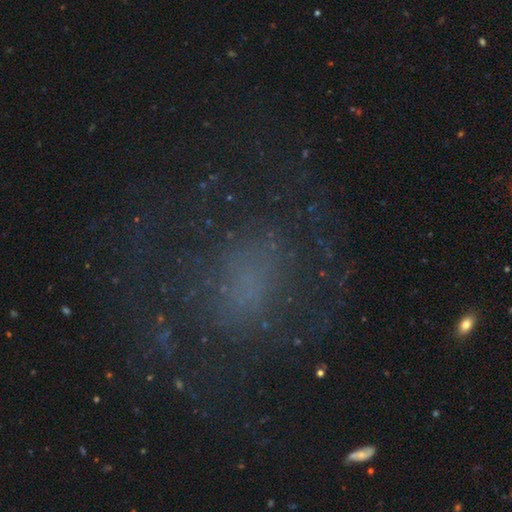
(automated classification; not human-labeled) This appears to be a featured or disk galaxy (47%). Merging: none (59%).